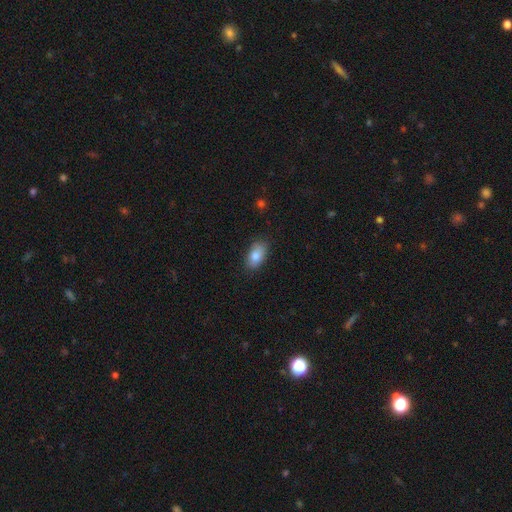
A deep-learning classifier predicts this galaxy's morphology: smooth-or-featured: smooth: 83% | featured or disk: 9% | star or artifact: 7%
  how-rounded: in between: 92% | round: 5% | cigar-shaped: 3%
  merging: none: 83% | minor disturbance: 13% | major disturbance: 3% | merger: 1%